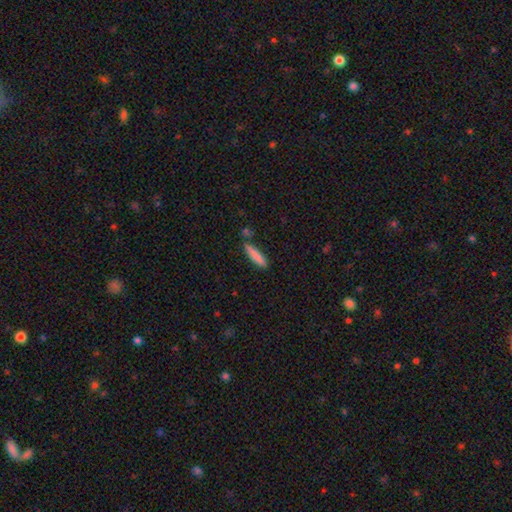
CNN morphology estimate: smooth 83%, featured or disk 11%, star or artifact 6%. Down the decision tree: how rounded — cigar-shaped (85%); merging — none (78%).